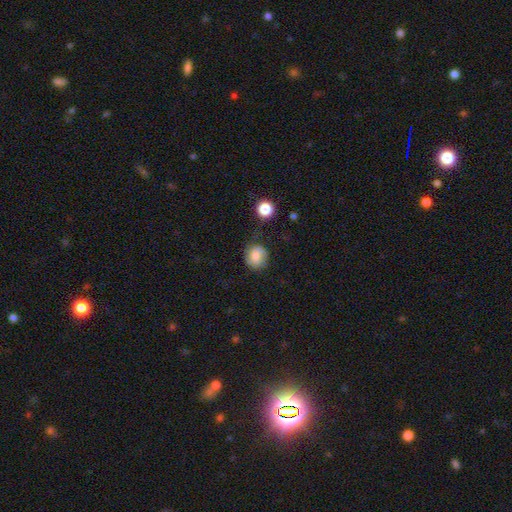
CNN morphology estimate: The model was most divided on "merging": none: 67%, minor disturbance: 22%, major disturbance: 7%, merger: 3%. More confident: how rounded — round (82%); smooth or featured — smooth (68%).